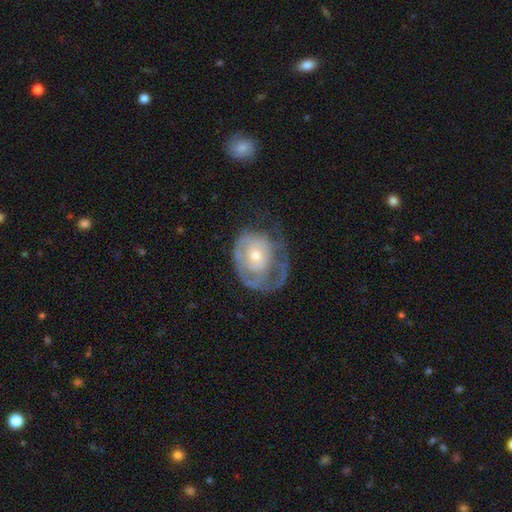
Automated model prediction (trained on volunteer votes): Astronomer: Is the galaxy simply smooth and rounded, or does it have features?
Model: featured or disk — 67%.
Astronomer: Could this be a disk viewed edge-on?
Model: no — 96%.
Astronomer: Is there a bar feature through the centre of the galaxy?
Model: no — 82%.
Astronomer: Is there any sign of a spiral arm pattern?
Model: yes — 62% (runner-up: no, 38%).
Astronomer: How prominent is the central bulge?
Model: moderate — 46%, tied with small at 46%.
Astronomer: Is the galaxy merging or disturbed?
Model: none — 38% (runner-up: major disturbance, 35%).